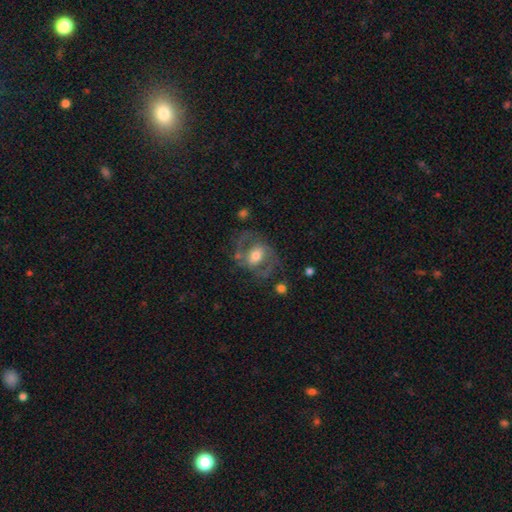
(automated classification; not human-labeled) smooth-or-featured: featured or disk: 64% | smooth: 29% | star or artifact: 7%
  disk-edge-on: no: 96% | yes: 4%
    bar: no: 43% | weak: 39% | strong: 18%
    has-spiral-arms: yes: 66% | no: 34%
    bulge-size: moderate: 64% | large: 17% | small: 16% | none: 2% | dominant: 2%
  merging: none: 56% | minor disturbance: 20% | major disturbance: 20% | merger: 4%